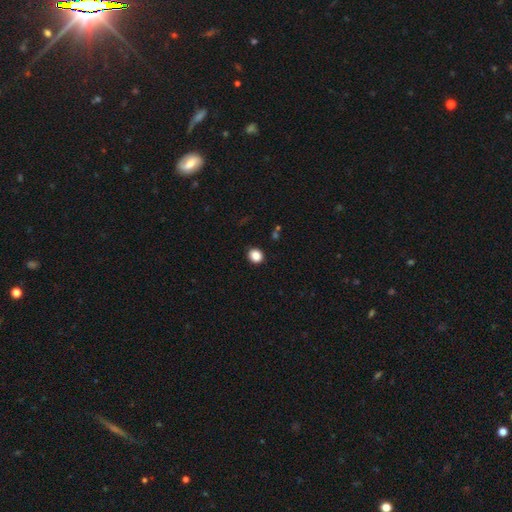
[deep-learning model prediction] Smooth or featured: smooth — 87% (star or artifact — 10%)
How rounded: round — 76% (in between — 23%)
Merging: none — 91% (minor disturbance — 6%)